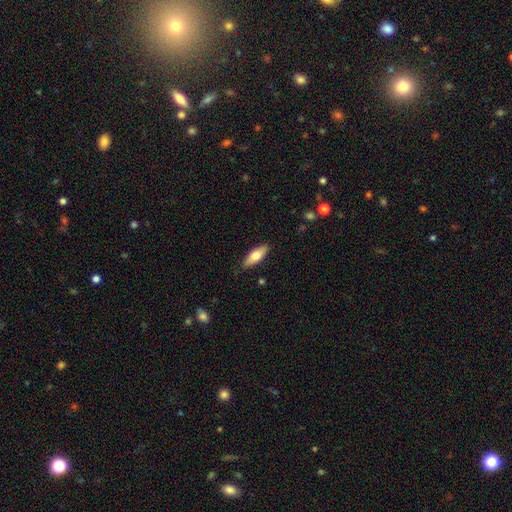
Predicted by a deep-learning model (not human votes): Smooth or featured? smooth (67%)
How rounded? in between (66%)
Merging? none (86%)